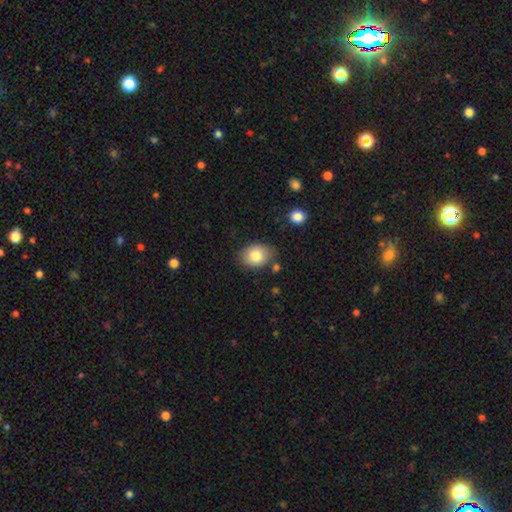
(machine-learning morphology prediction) Smooth or featured: smooth — 81% (featured or disk — 11%)
How rounded: in between — 63% (round — 36%)
Merging: none — 77% (minor disturbance — 15%)